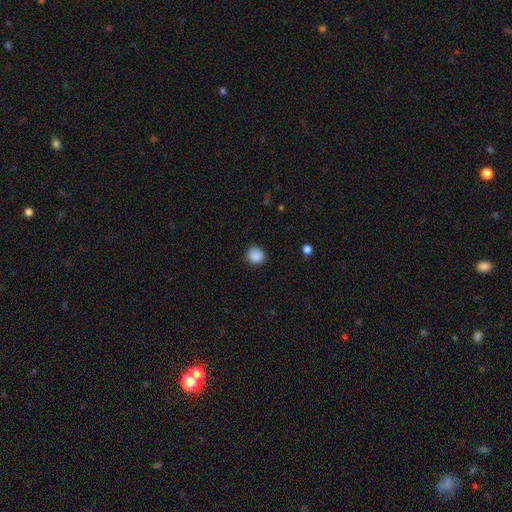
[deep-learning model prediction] Q: Smooth or featured?
A: smooth (88%); runner-up: star or artifact (9%)
Q: How rounded?
A: round (87%); runner-up: in between (12%)
Q: Merging?
A: none (87%); runner-up: minor disturbance (9%)